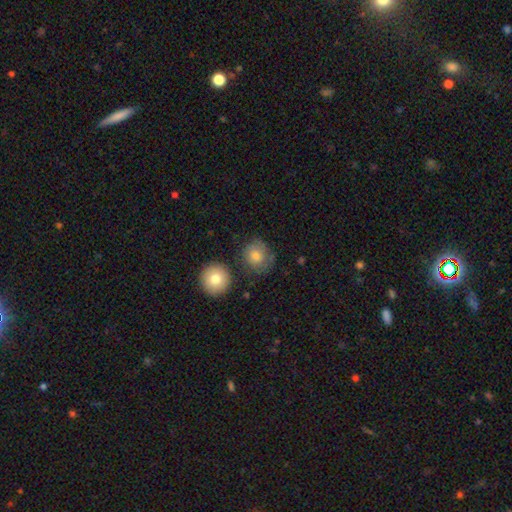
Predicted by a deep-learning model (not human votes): The model was most divided on "merging": none: 68%, minor disturbance: 19%, major disturbance: 8%, merger: 4%. More confident: how rounded — round (81%); smooth or featured — smooth (71%).